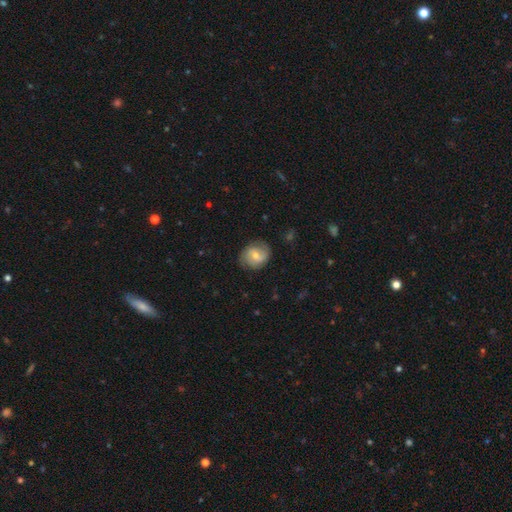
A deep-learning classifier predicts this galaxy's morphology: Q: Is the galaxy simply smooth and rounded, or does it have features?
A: featured or disk — 51%.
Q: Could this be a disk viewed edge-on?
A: no — 97%.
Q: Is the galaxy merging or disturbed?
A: none — 77%.